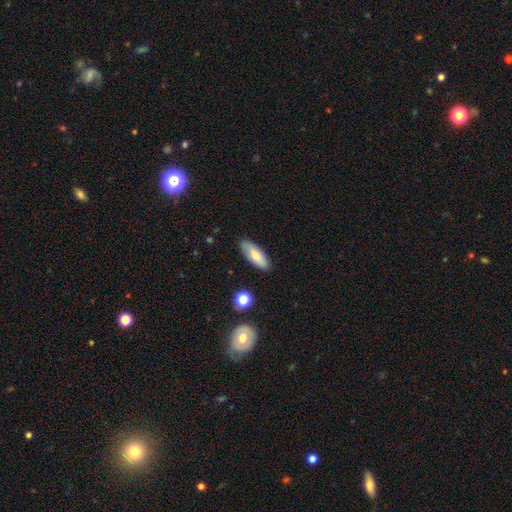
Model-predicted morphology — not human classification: smooth_or_featured: smooth (p=0.67) [alt: featured or disk p=0.26]
how_rounded: in between (p=0.74) [alt: cigar-shaped p=0.23]
merging: none (p=0.84) [alt: minor disturbance p=0.12]